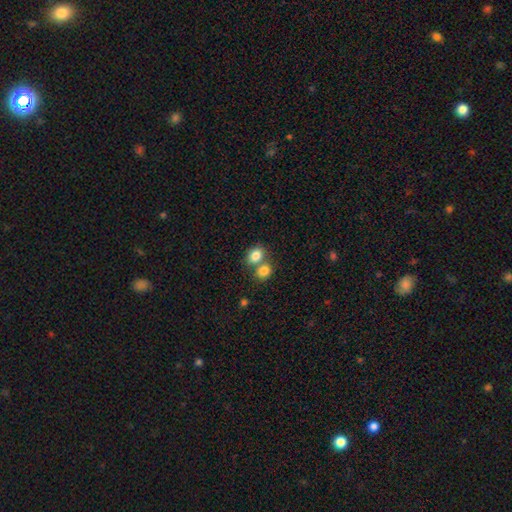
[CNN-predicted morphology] This appears to be a smooth galaxy with no disk features (82%) that is in between round and cigar-shaped (56%). Merging: merger (48%).